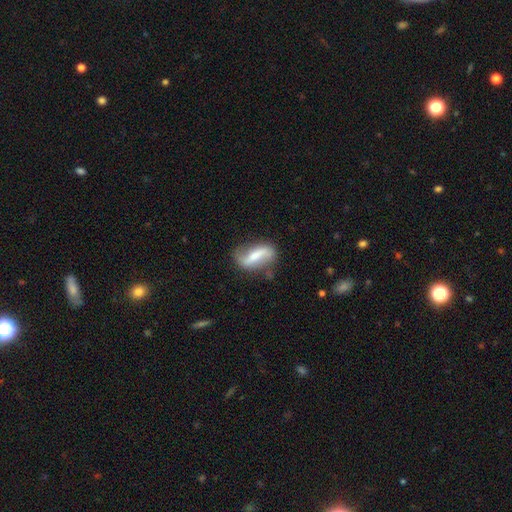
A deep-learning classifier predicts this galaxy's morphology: Smooth or featured: featured or disk — 65% (smooth — 28%)
Edge-on disk: no — 88% (yes — 12%)
Bar: strong — 54% (weak — 29%)
Spiral arms: yes — 80% (no — 20%)
Bulge size: moderate — 41% (small — 37%)
Merging: none — 68% (minor disturbance — 21%)